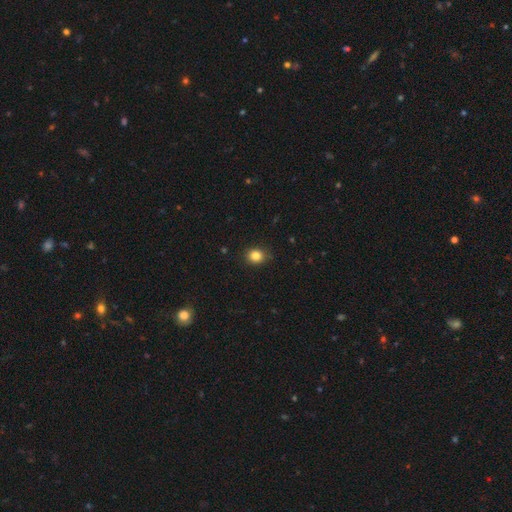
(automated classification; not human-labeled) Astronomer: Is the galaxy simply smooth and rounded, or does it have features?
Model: smooth — 83%.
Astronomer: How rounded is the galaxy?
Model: round — 73%.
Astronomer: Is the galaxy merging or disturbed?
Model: none — 87%.